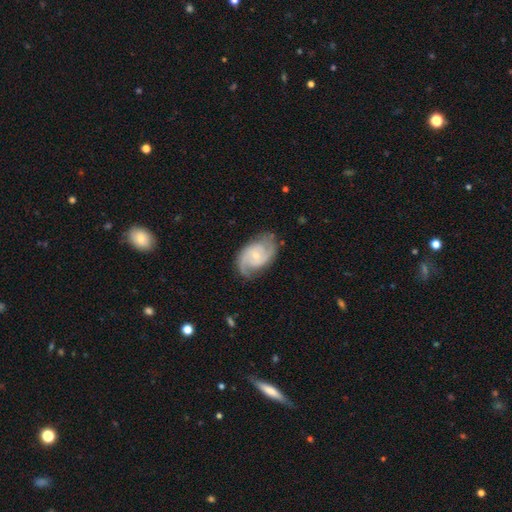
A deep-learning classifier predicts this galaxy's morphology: A featured or disk galaxy (86%) with no bar (60%), 2 (82%) medium (50%) spiral arms (97%) and a small central bulge (65%). Merging: none (76%).